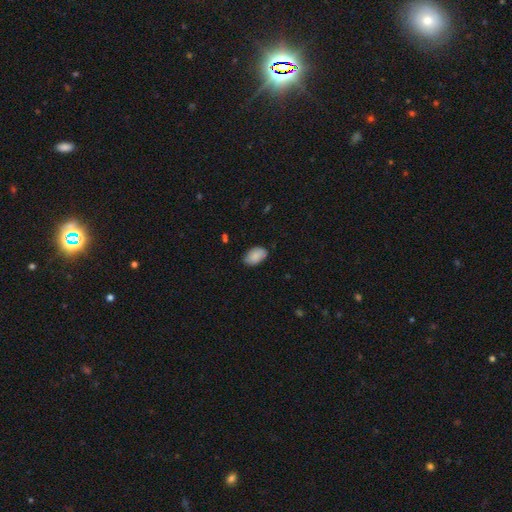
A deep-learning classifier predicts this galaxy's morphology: This appears to be a smooth galaxy with no disk features (85%) that is in between round and cigar-shaped (91%). Merging: none (76%).